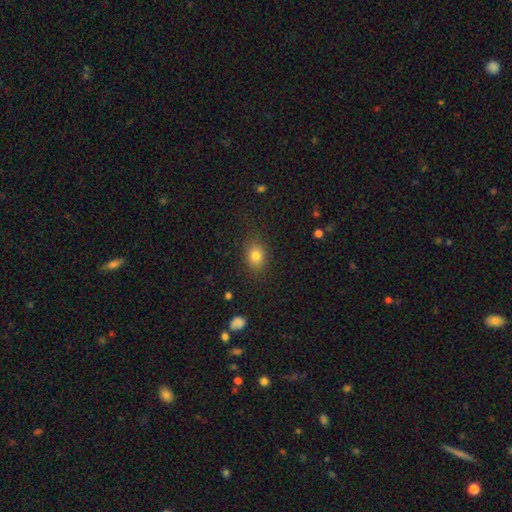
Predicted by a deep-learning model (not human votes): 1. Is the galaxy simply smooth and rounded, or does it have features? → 81% smooth, 11% star or artifact, 7% featured or disk.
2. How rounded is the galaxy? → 63% in between, 36% round, 1% cigar-shaped.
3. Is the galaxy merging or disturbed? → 83% none, 12% minor disturbance, 4% major disturbance, 1% merger.